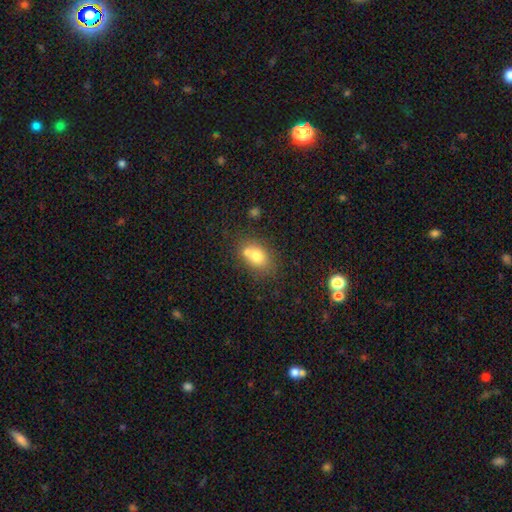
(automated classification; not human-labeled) Smooth or featured?
  - smooth: 74% *
  - featured or disk: 16%
  - star or artifact: 10%
How rounded?
  - in between: 68% *
  - round: 31%
  - cigar-shaped: 2%
Merging?
  - none: 47% *
  - merger: 34%
  - minor disturbance: 14%
  - major disturbance: 5%